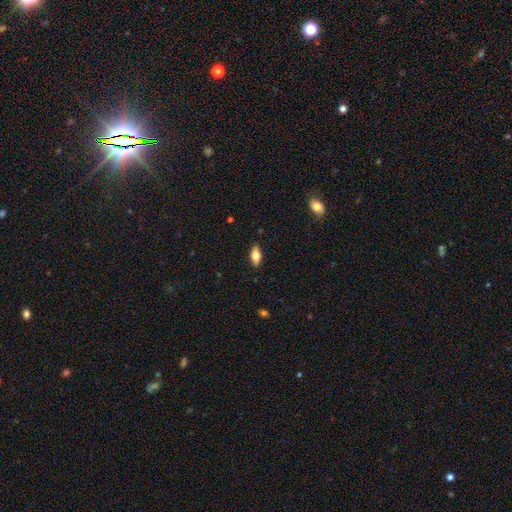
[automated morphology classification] type=smooth (65%); roundness=in between (82%); merging=none (87%).